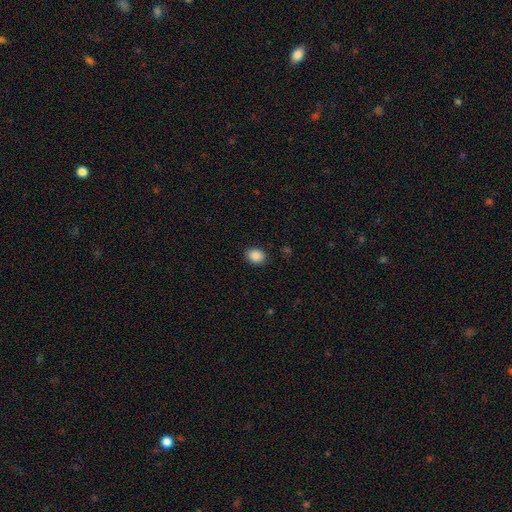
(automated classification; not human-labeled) Smooth or featured: smooth — 88% (star or artifact — 9%)
How rounded: in between — 50% (round — 49%)
Merging: none — 87% (minor disturbance — 10%)